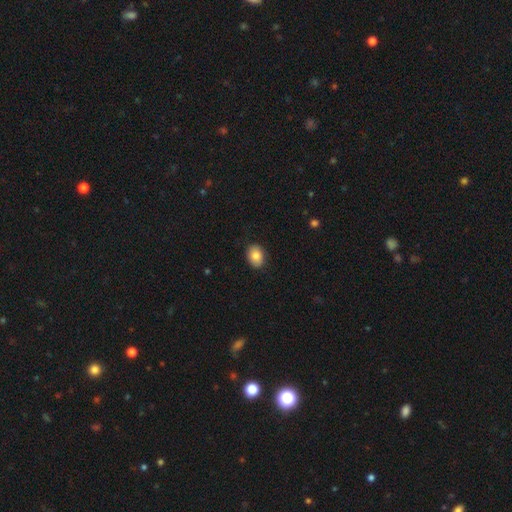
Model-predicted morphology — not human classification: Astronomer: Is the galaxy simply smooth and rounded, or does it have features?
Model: smooth — 83%.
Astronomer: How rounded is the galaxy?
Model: in between — 66%.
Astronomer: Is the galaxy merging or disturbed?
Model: none — 86%.